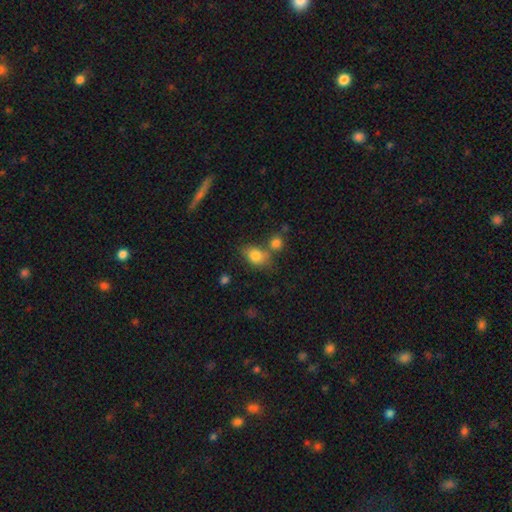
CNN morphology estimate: smooth 82%, star or artifact 9%, featured or disk 9%. Down the decision tree: how rounded — in between (70%); merging — none (52%).